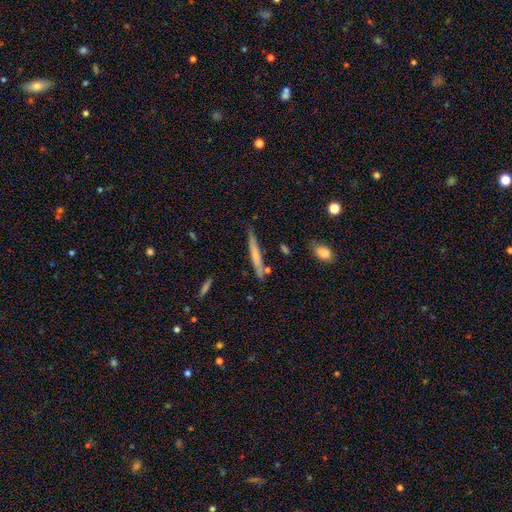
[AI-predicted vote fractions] Smooth or featured: smooth — 58% (featured or disk — 36%)
How rounded: cigar-shaped — 94% (in between — 4%)
Merging: none — 77% (minor disturbance — 16%)